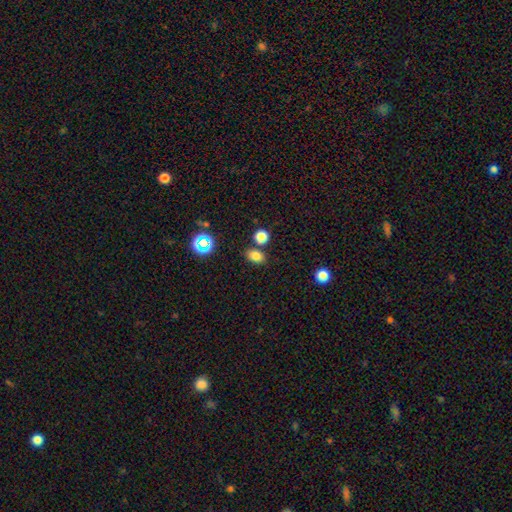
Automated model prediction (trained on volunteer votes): A smooth galaxy with no disk features (78%) that is in between round and cigar-shaped (68%). Merging: none (71%).